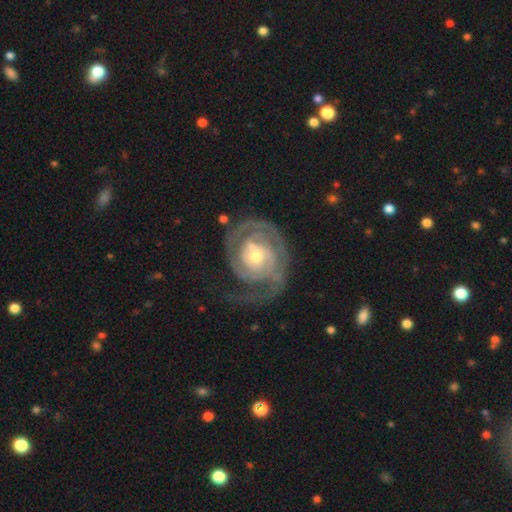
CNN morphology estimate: Smooth or featured? Predicted: featured or disk (p=0.90). Edge-on disk? Predicted: no (p=0.98). Bar? Predicted: no (p=0.70). Spiral arms? Predicted: yes (p=0.97). Spiral winding? Predicted: tight (p=0.73). Spiral arm count? Predicted: 2 (p=0.54). Bulge size? Predicted: moderate (p=0.56). Merging? Predicted: none (p=0.65).